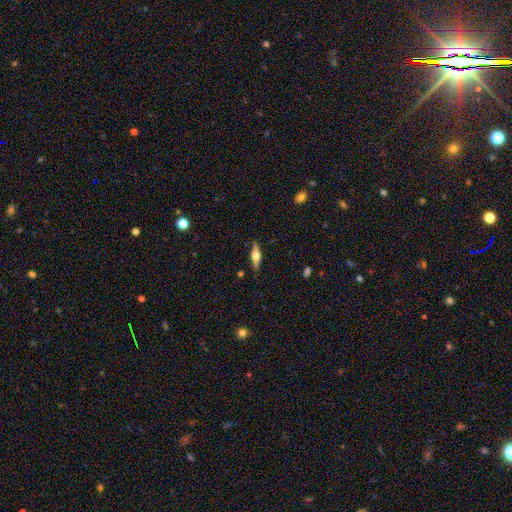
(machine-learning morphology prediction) Q: Smooth or featured?
A: featured or disk (56%); runner-up: smooth (38%)
Q: Edge-on disk?
A: yes (93%); runner-up: no (7%)
Q: Edge-on bulge?
A: rounded (92%); runner-up: boxy (6%)
Q: Merging?
A: none (84%); runner-up: minor disturbance (12%)